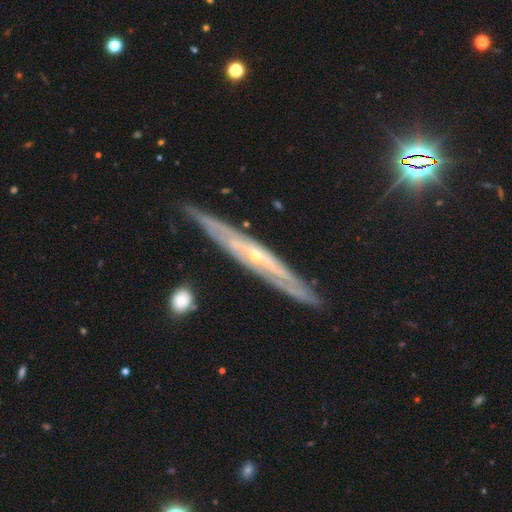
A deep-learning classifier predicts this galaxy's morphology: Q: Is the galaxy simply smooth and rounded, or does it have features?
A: featured or disk — 81%.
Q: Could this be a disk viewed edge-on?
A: yes — 74%.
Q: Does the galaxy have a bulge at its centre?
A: rounded — 57%.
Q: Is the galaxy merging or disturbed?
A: none — 84%.